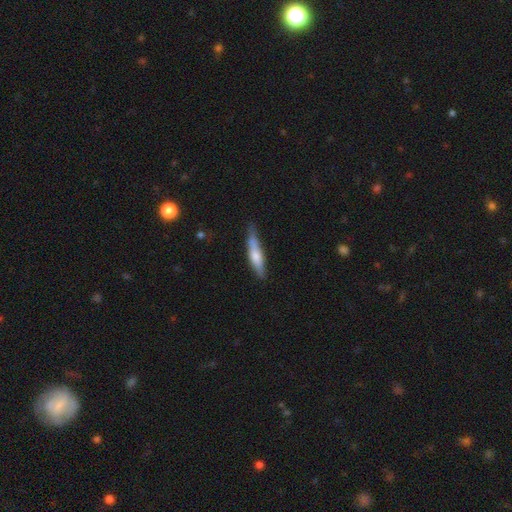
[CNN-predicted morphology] Smooth or featured: smooth — 59% (featured or disk — 35%)
How rounded: cigar-shaped — 83% (in between — 16%)
Merging: none — 68% (minor disturbance — 25%)